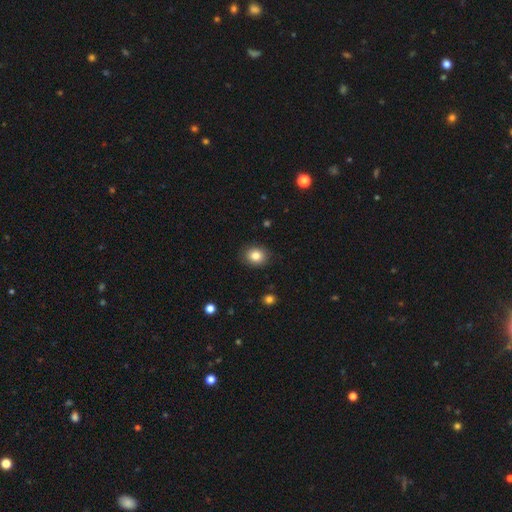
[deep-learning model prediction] Smooth or featured?
  - smooth: 83% *
  - star or artifact: 10%
  - featured or disk: 7%
How rounded?
  - round: 67% *
  - in between: 32%
  - cigar-shaped: 1%
Merging?
  - none: 89% *
  - minor disturbance: 8%
  - major disturbance: 2%
  - merger: 1%